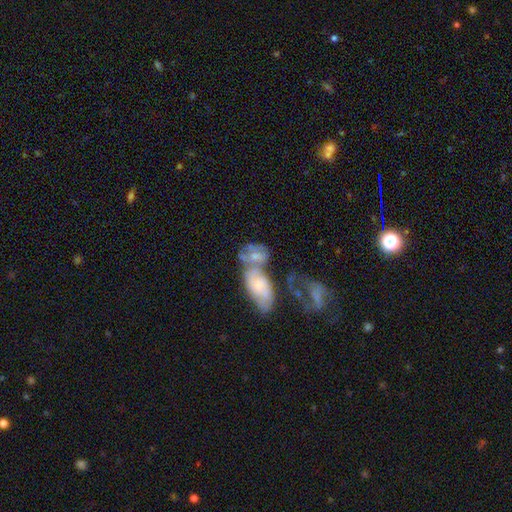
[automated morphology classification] smooth_or_featured: featured or disk (p=0.47) [alt: smooth p=0.44]
merging: merger (p=0.67) [alt: none p=0.16]